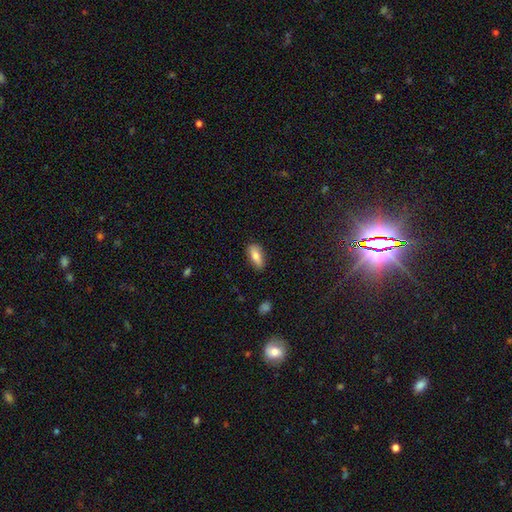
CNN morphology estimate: This is likely a smooth galaxy (78%). How rounded: likely in between (77%). Merging: clearly none (82%).